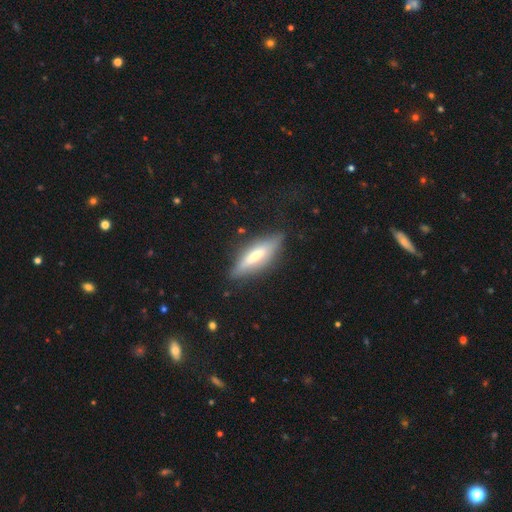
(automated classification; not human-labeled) This is possibly a featured or disk galaxy (53%). It is clearly viewed edge-on (84%). Merging: likely none (75%).